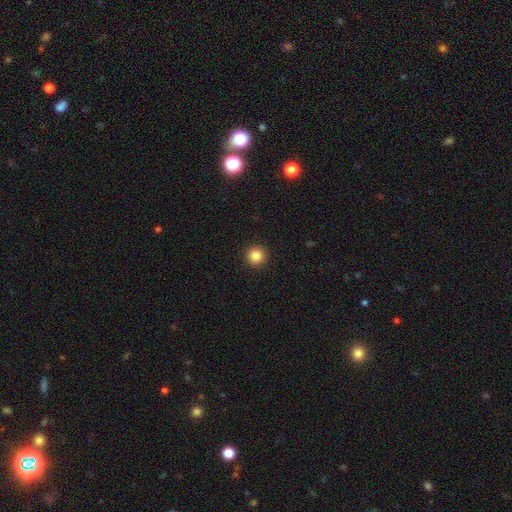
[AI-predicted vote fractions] Q: Smooth or featured?
A: smooth (85%); runner-up: star or artifact (11%)
Q: How rounded?
A: round (96%); runner-up: in between (3%)
Q: Merging?
A: none (93%); runner-up: minor disturbance (4%)